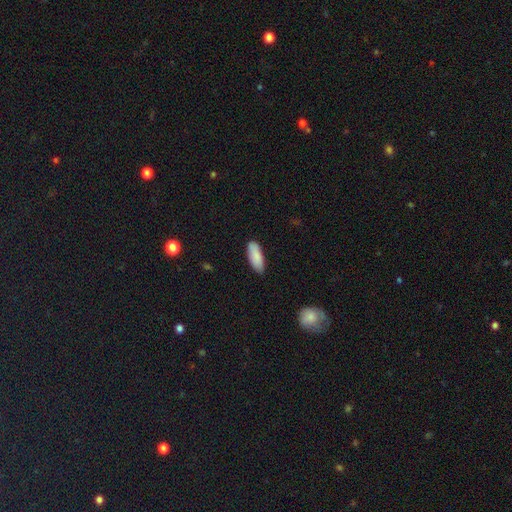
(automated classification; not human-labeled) Smooth or featured? smooth (88%)
How rounded? in between (74%)
Merging? none (83%)